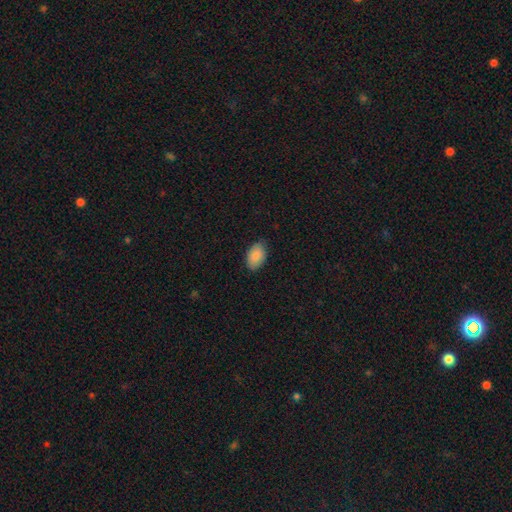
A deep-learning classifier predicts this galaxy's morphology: Smooth or featured: smooth — 88% (star or artifact — 6%)
How rounded: in between — 93% (round — 6%)
Merging: none — 83% (minor disturbance — 14%)